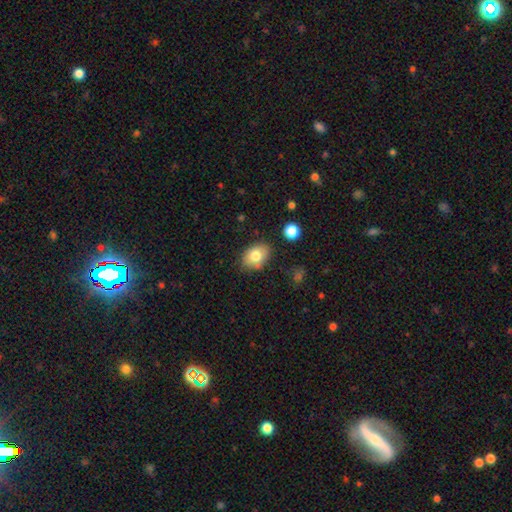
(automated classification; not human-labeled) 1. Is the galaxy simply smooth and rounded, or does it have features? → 79% smooth, 13% featured or disk, 8% star or artifact.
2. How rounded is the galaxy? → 77% in between, 22% round, 1% cigar-shaped.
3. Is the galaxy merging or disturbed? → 81% none, 14% minor disturbance, 3% major disturbance, 3% merger.